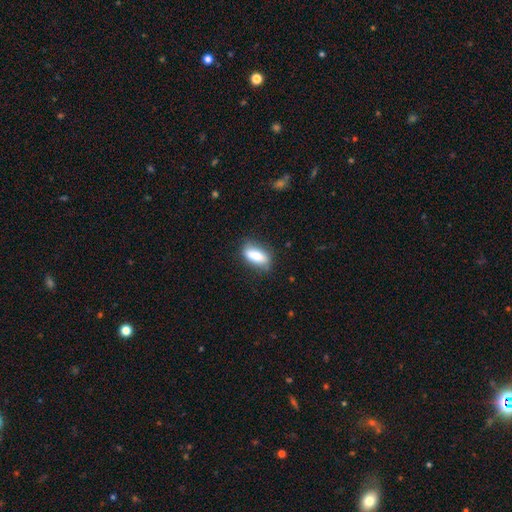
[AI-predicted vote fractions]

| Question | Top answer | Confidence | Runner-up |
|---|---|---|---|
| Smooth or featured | smooth | 78% | featured or disk (15%) |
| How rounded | in between | 77% | cigar-shaped (19%) |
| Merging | none | 74% | minor disturbance (19%) |